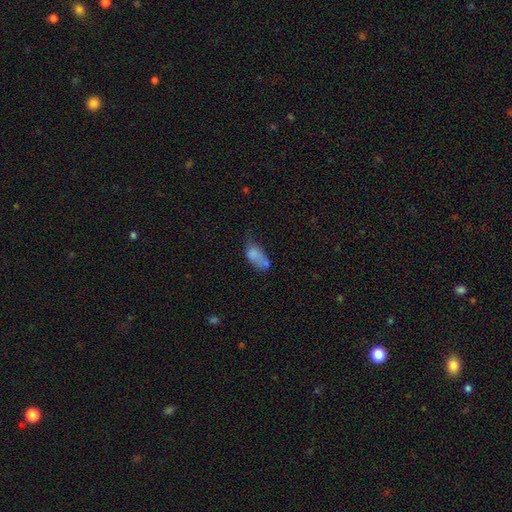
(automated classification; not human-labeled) Overall: smooth (69%). How rounded: in between (87%). Merging: minor disturbance (27%; none 26%).